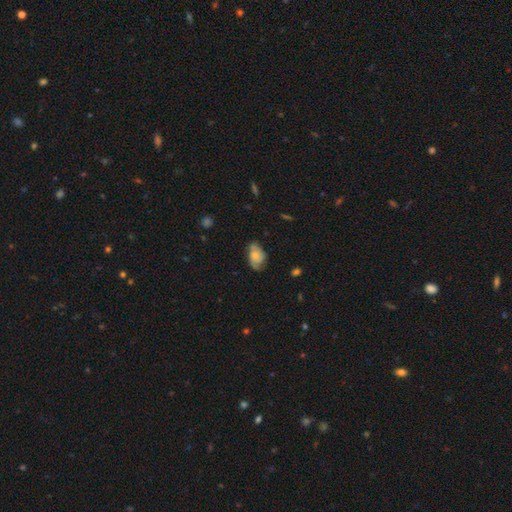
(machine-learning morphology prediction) Smooth or featured? smooth (51%)
How rounded? in between (85%)
Merging? none (52%)